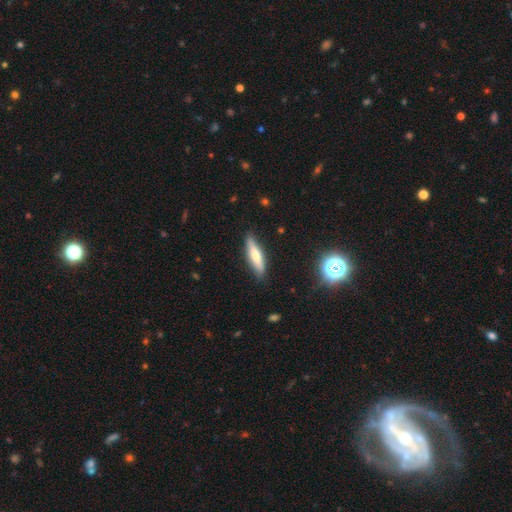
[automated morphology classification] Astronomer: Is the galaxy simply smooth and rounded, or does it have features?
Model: smooth — 56% (runner-up: featured or disk, 37%).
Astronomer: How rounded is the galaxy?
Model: cigar-shaped — 73%.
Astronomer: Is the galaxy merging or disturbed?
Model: none — 86%.